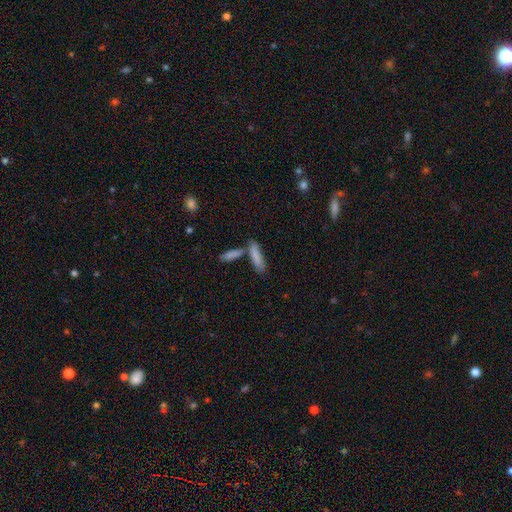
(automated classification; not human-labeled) Smooth or featured? smooth (82%)
How rounded? cigar-shaped (63%)
Merging? none (57%)